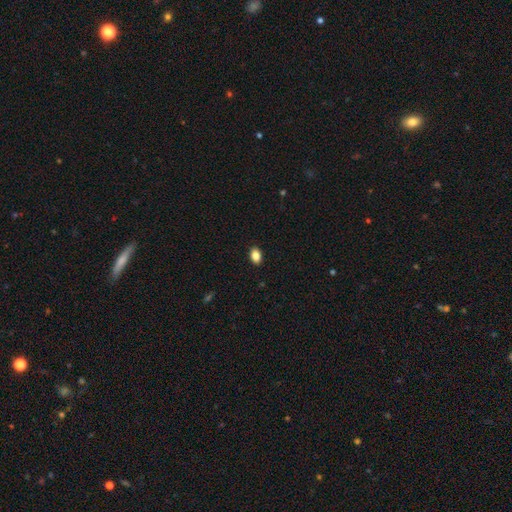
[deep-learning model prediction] A smooth galaxy with no disk features (87%) that is in between round and cigar-shaped (82%). Merging: none (90%).